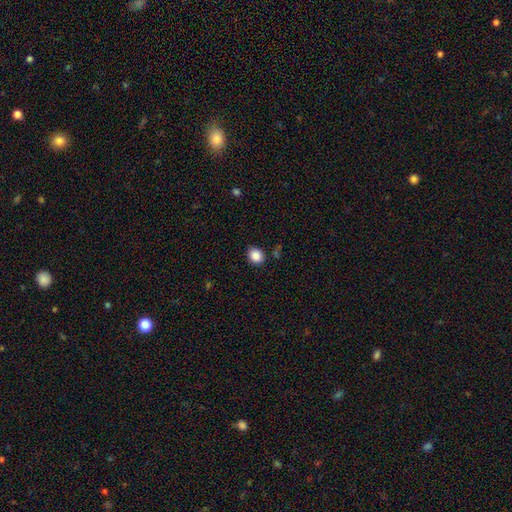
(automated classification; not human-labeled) This appears to be a smooth galaxy with no disk features (87%) that is round (63%). Merging: none (84%).